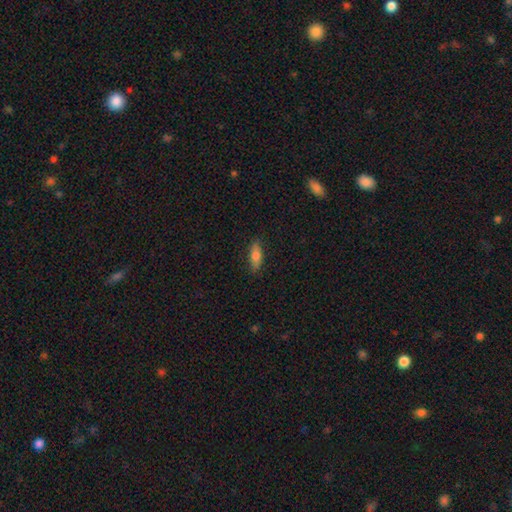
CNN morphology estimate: The model was most divided on "how rounded": in between: 63%, cigar-shaped: 35%, round: 3%. More confident: merging — none (85%); smooth or featured — smooth (75%).